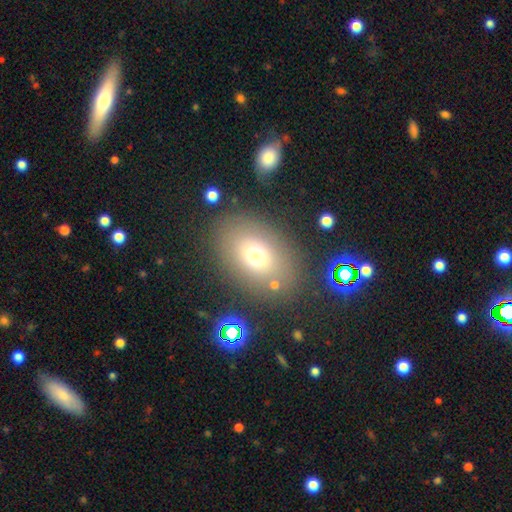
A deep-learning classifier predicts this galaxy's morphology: A smooth galaxy with no disk features (69%) that is in between round and cigar-shaped (75%).

Vote fractions:
- Smooth or featured? smooth: 69% / featured or disk: 16% / star or artifact: 15%
- How rounded? in between: 75% / round: 24% / cigar-shaped: 1%
- Merging? none: 79% / minor disturbance: 11% / major disturbance: 5% / merger: 5%